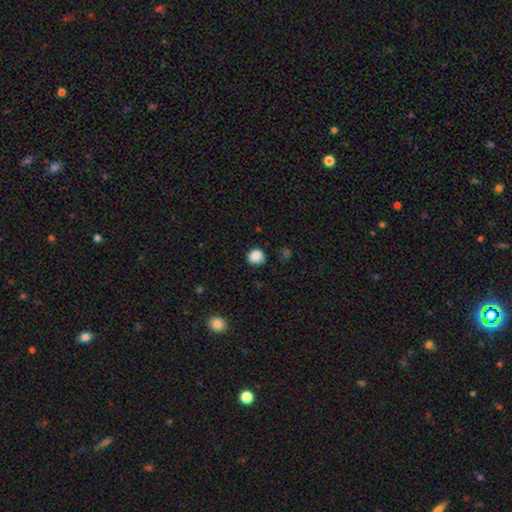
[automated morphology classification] type=smooth (86%); roundness=round (79%); merging=none (72%).